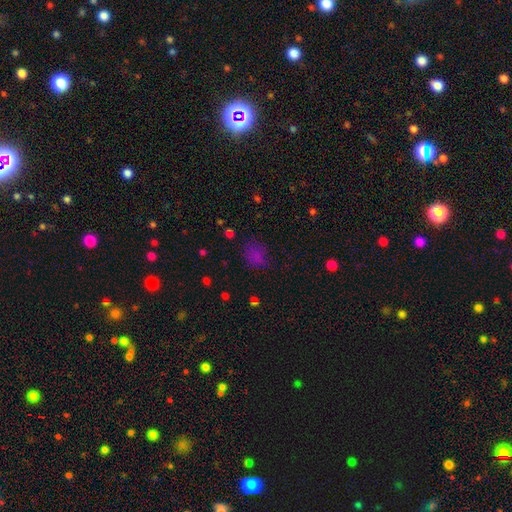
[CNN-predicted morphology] A smooth galaxy with no disk features (70%) that is in between round and cigar-shaped (50%).

Vote fractions:
- Smooth or featured? smooth: 70% / star or artifact: 22% / featured or disk: 8%
- How rounded? in between: 50% / round: 49% / cigar-shaped: 1%
- Merging? none: 66% / minor disturbance: 21% / major disturbance: 11% / merger: 2%